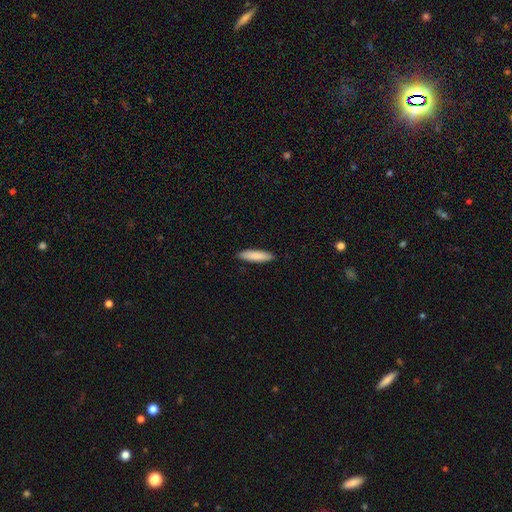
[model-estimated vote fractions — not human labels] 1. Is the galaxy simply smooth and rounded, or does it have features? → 86% smooth, 9% featured or disk, 5% star or artifact.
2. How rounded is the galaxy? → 77% cigar-shaped, 21% in between, 1% round.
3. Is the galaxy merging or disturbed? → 90% none, 7% minor disturbance, 1% major disturbance, 1% merger.